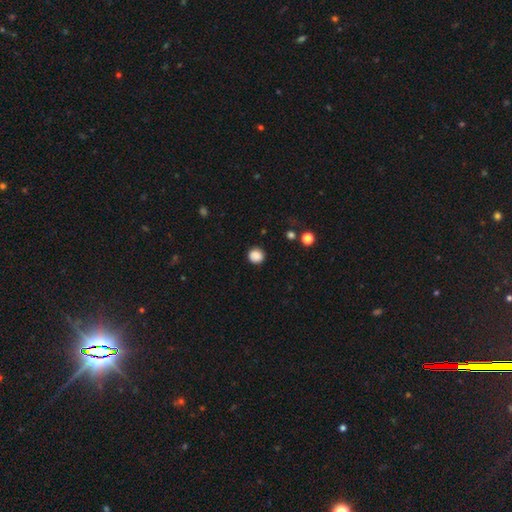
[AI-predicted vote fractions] smooth-or-featured: smooth: 87% | star or artifact: 10% | featured or disk: 3%
  how-rounded: round: 91% | in between: 8% | cigar-shaped: 1%
  merging: none: 90% | minor disturbance: 7% | major disturbance: 2% | merger: 1%